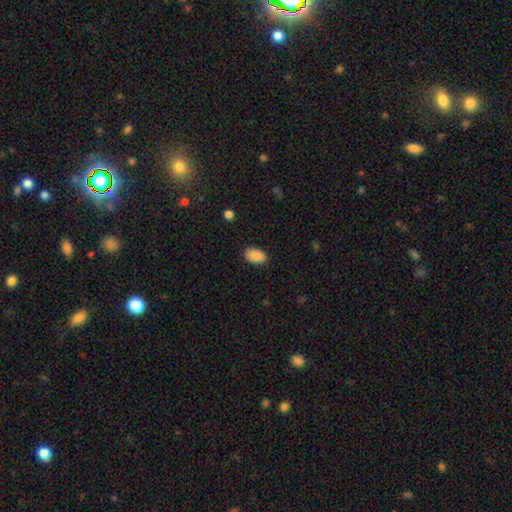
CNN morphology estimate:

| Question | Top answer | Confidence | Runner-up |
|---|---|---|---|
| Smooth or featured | smooth | 89% | star or artifact (7%) |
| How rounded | in between | 92% | round (7%) |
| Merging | none | 86% | minor disturbance (11%) |